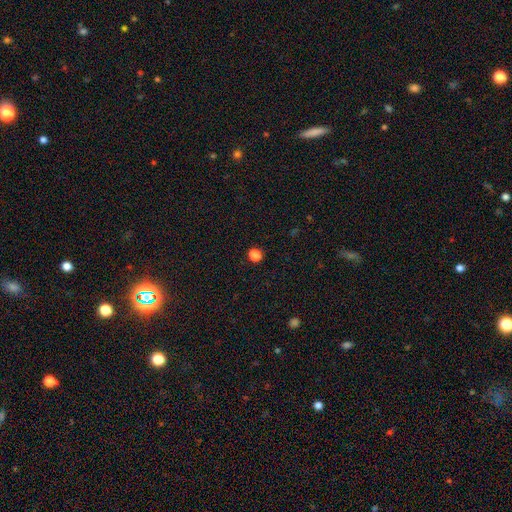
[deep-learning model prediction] Q: Smooth or featured?
A: smooth (81%); runner-up: star or artifact (15%)
Q: How rounded?
A: round (52%); runner-up: in between (47%)
Q: Merging?
A: none (89%); runner-up: minor disturbance (7%)